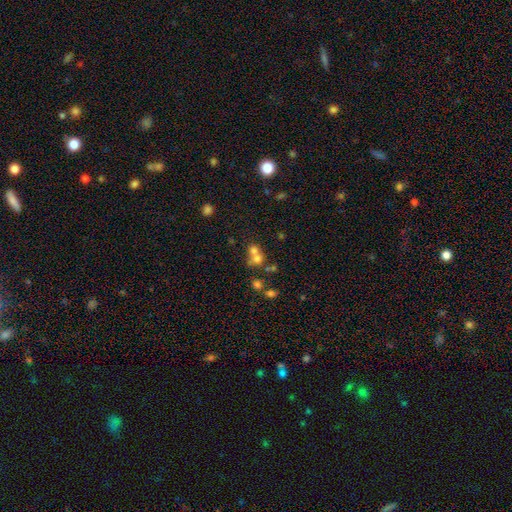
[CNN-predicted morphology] Smooth or featured? smooth (64%)
How rounded? round (79%)
Merging? merger (59%)